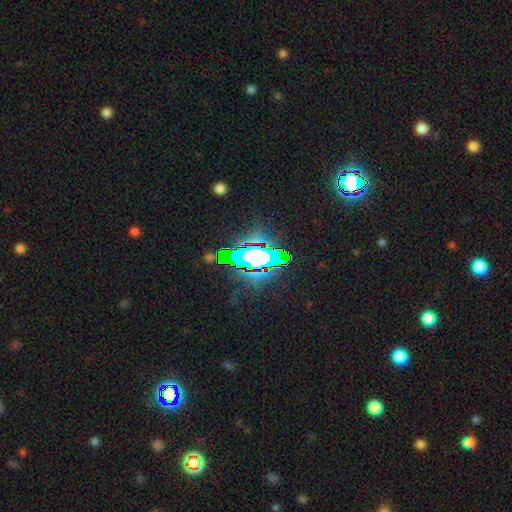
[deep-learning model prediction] Smooth or featured? star or artifact (59%)